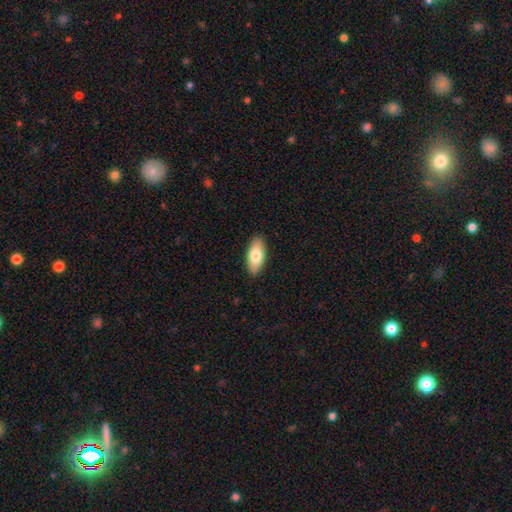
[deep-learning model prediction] smooth-or-featured: smooth: 77% | featured or disk: 17% | star or artifact: 6%
  how-rounded: in between: 87% | cigar-shaped: 10% | round: 2%
  merging: none: 89% | minor disturbance: 8% | major disturbance: 2% | merger: 1%